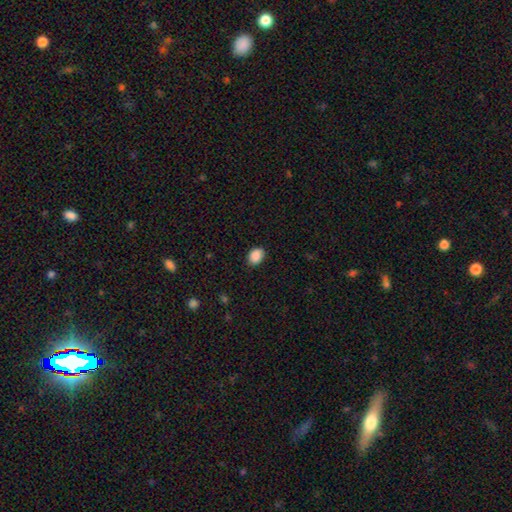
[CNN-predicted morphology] Overall: smooth (89%). How rounded: in between (66%; round 33%). Merging: none (87%).